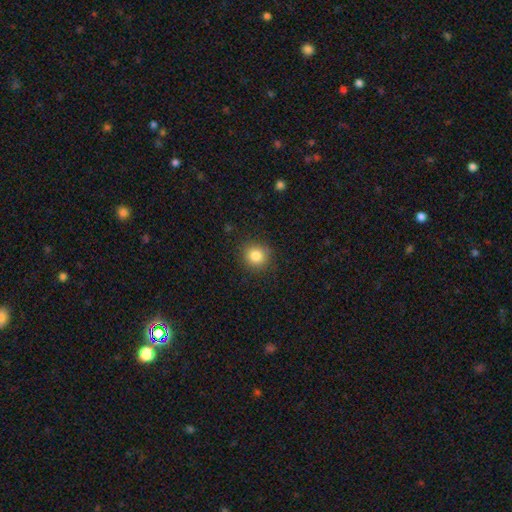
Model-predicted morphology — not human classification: smooth-or-featured: smooth: 84% | star or artifact: 11% | featured or disk: 6%
  how-rounded: round: 89% | in between: 10% | cigar-shaped: 1%
  merging: none: 88% | minor disturbance: 8% | major disturbance: 3% | merger: 1%